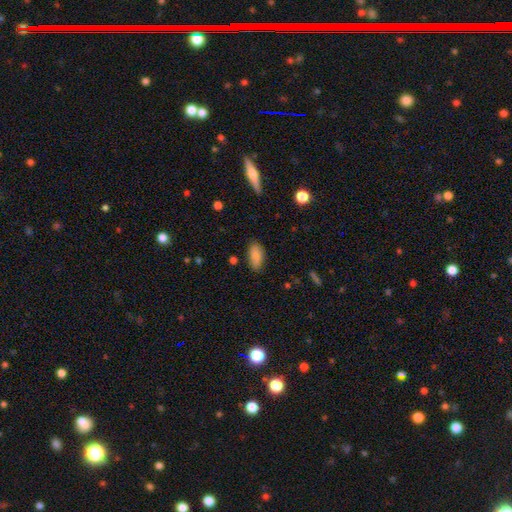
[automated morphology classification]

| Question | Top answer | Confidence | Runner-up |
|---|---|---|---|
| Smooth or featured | smooth | 84% | featured or disk (9%) |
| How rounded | in between | 91% | cigar-shaped (6%) |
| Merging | none | 81% | minor disturbance (14%) |